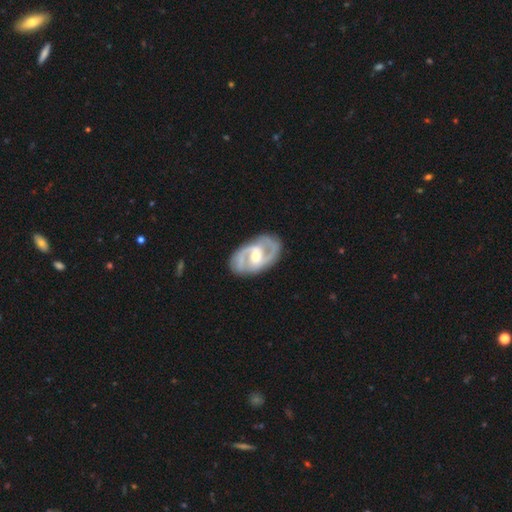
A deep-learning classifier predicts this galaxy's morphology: Overall: featured or disk (87%). Edge-on disk: no (97%). Bar: weak (44%; no 31%). Spiral arms: yes (94%). Spiral arm count: 2 (86%). Spiral winding: medium (52%; tight 32%). Bulge size: moderate (62%; small 32%). Merging: none (83%).